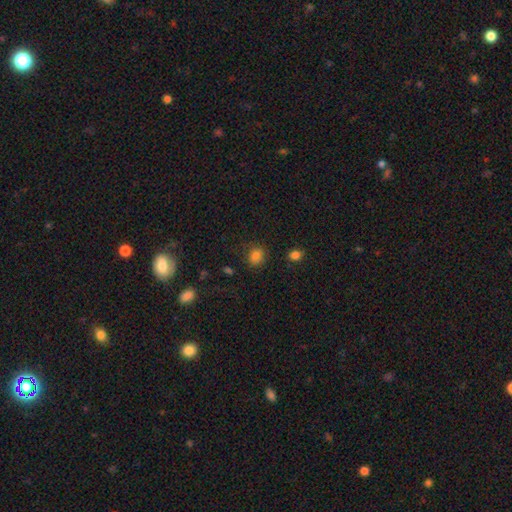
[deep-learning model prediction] Smooth or featured: smooth — 82% (star or artifact — 14%)
How rounded: round — 51% (in between — 48%)
Merging: none — 73% (minor disturbance — 18%)